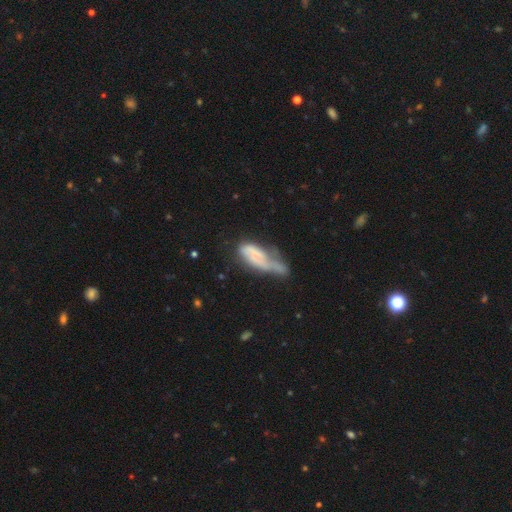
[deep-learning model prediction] The model was most divided on "smooth or featured": featured or disk: 47%, smooth: 44%, star or artifact: 9%. Remaining: merging — major disturbance (38%).